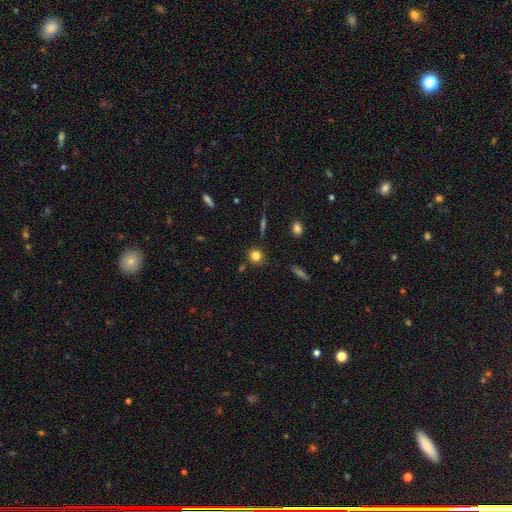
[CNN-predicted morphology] type=smooth (80%); roundness=round (87%); merging=none (81%).